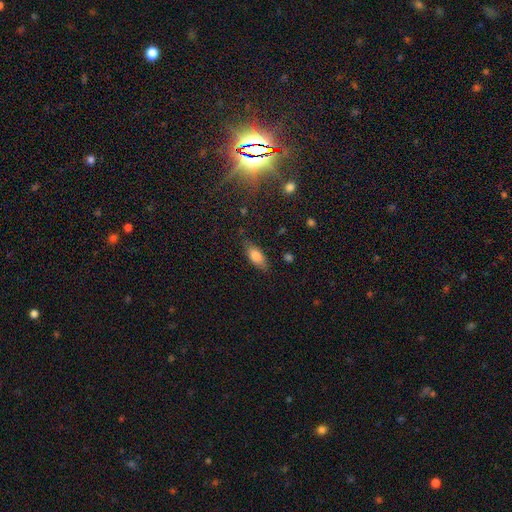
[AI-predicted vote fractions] Morphology: type=smooth (79%); roundness=in between (80%); merging=none (75%).